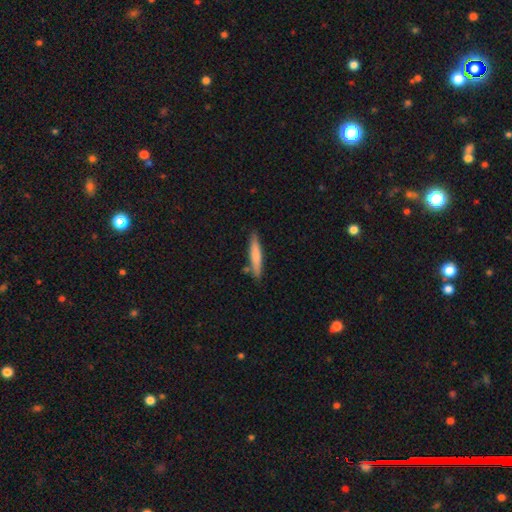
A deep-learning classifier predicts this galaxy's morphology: A smooth galaxy with no disk features (73%) that is cigar-shaped (91%). Merging: none (83%).